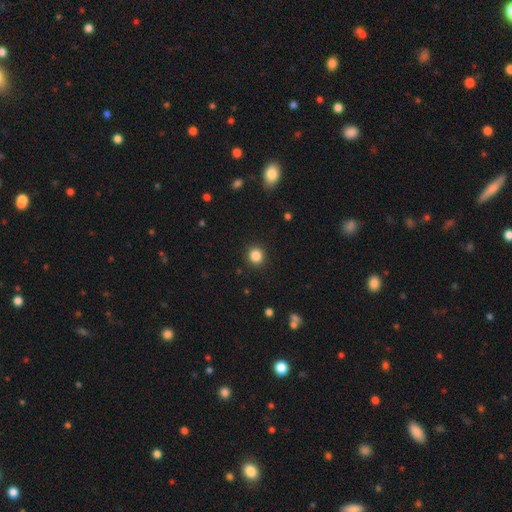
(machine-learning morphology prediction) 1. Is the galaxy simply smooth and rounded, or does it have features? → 85% smooth, 11% star or artifact, 4% featured or disk.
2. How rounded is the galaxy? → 88% round, 11% in between, 1% cigar-shaped.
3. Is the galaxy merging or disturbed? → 91% none, 6% minor disturbance, 2% major disturbance, 1% merger.